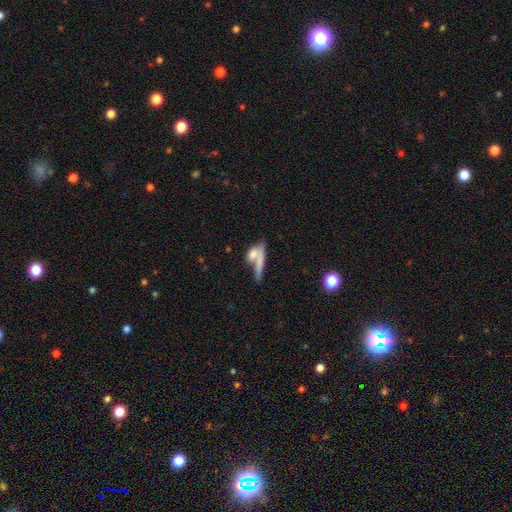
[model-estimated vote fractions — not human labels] smooth 65%, featured or disk 26%, star or artifact 9%. Down the decision tree: how rounded — cigar-shaped (51%); merging — merger (47%).